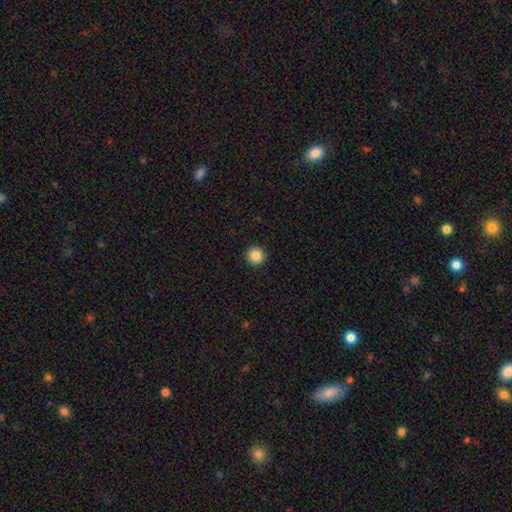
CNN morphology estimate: type=smooth (86%); roundness=round (96%); merging=none (94%).